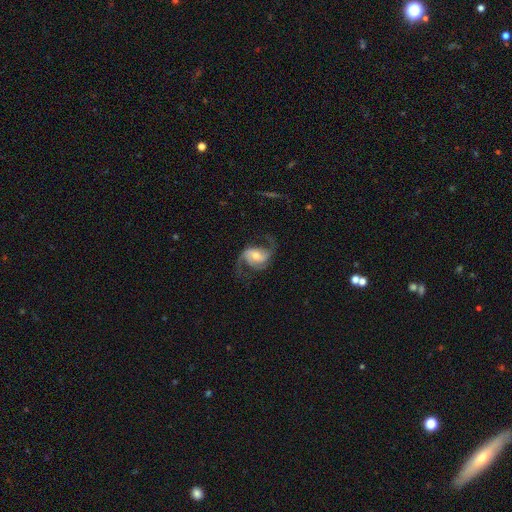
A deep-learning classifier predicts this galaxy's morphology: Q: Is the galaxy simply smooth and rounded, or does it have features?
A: featured or disk — 87%.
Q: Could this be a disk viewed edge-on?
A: no — 98%.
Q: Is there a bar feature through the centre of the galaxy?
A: no — 45%.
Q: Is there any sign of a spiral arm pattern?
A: yes — 97%.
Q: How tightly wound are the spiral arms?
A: loose — 49%.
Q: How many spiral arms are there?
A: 2 — 85%.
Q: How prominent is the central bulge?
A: moderate — 63%.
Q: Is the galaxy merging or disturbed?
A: none — 67%.